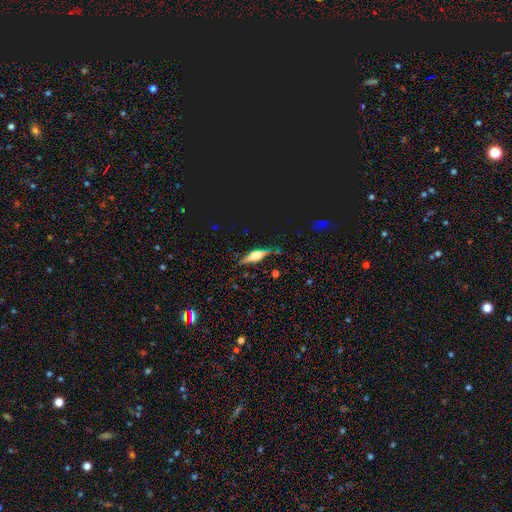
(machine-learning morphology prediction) Smooth or featured? featured or disk (58%)
Edge-on disk? yes (94%)
Edge-on bulge? rounded (83%)
Merging? none (80%)